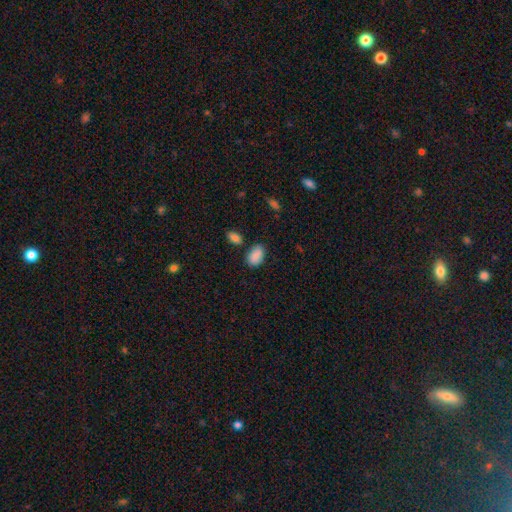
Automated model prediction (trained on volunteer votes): A smooth galaxy with no disk features (87%) that is in between round and cigar-shaped (90%). Merging: none (73%).